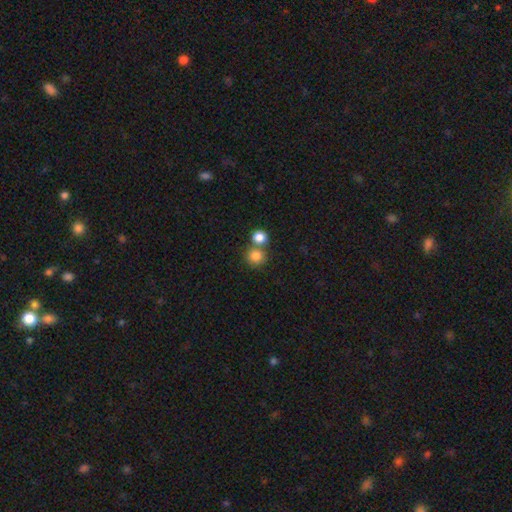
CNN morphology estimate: smooth 83%, star or artifact 11%, featured or disk 6%. Down the decision tree: how rounded — round (88%); merging — none (56%).